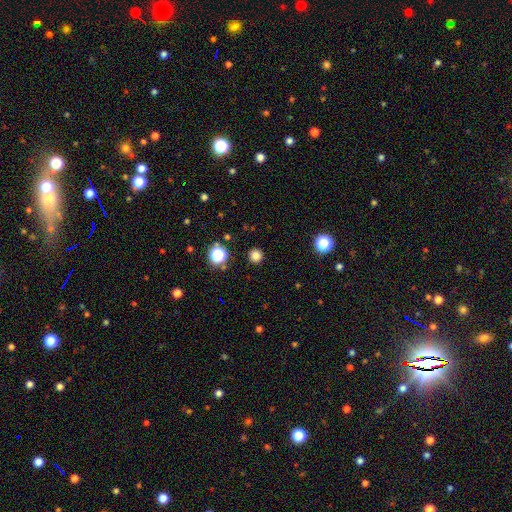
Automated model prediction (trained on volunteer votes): smooth_or_featured: smooth (p=0.81) [alt: star or artifact p=0.15]
how_rounded: round (p=0.95) [alt: in between p=0.04]
merging: none (p=0.92) [alt: minor disturbance p=0.05]